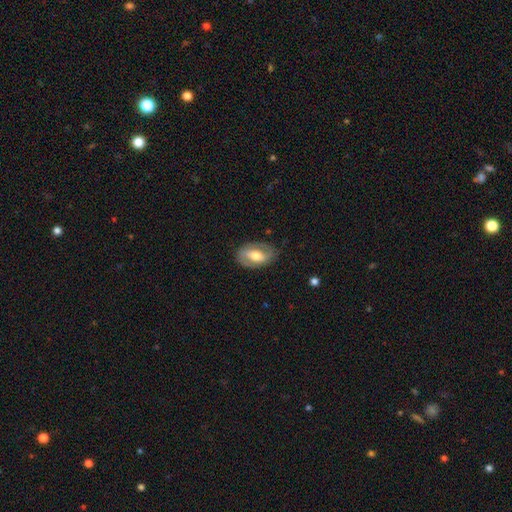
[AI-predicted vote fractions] Smooth or featured? featured or disk (64%)
Edge-on disk? no (93%)
Bar? strong (39%)
Spiral arms? yes (66%)
Bulge size? moderate (68%)
Merging? none (79%)